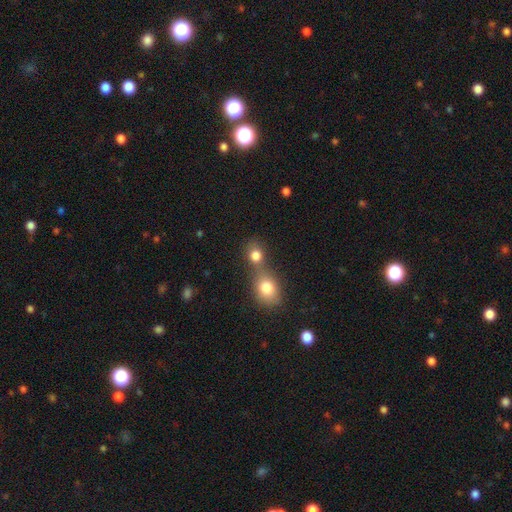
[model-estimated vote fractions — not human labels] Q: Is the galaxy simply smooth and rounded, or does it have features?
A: smooth — 81%.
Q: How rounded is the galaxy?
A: round — 73%.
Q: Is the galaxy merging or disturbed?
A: merger — 56%.